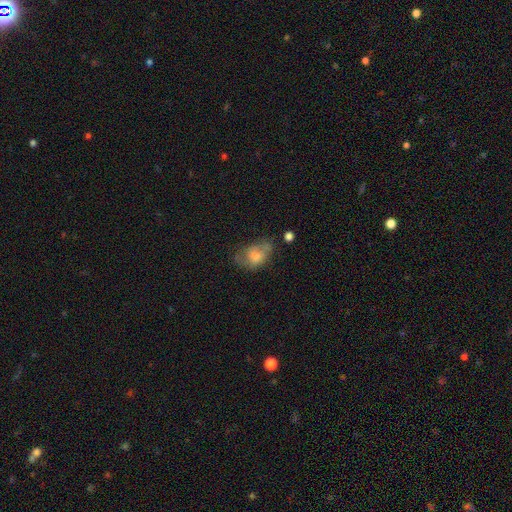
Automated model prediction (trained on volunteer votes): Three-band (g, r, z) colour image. It shows a smooth galaxy with no disk features (63%) that is in between round and cigar-shaped (80%). Merging: none (33%).